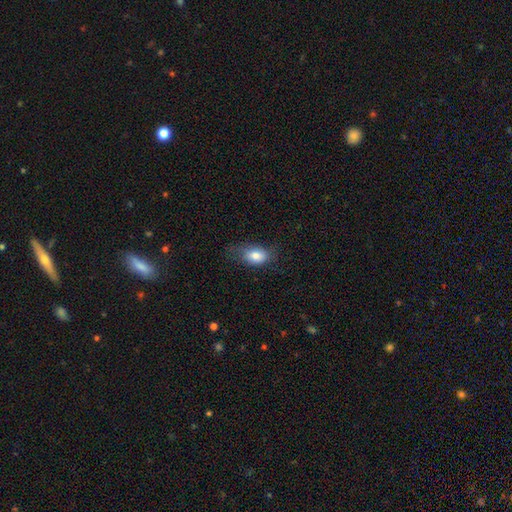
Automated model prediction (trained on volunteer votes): Smooth or featured? smooth (80%)
How rounded? in between (84%)
Merging? none (54%)